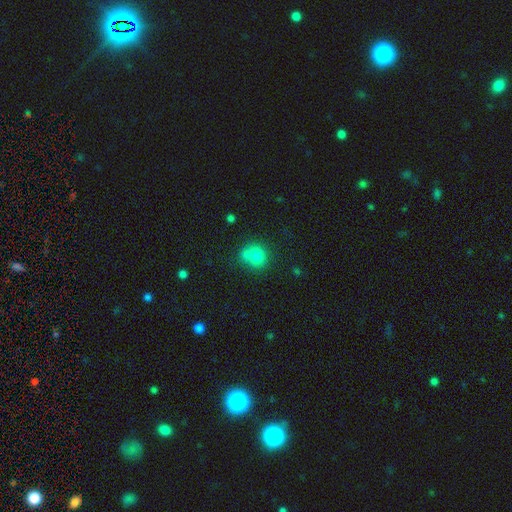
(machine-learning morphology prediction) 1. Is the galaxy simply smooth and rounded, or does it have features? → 78% smooth, 11% star or artifact, 11% featured or disk.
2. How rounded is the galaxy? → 73% round, 26% in between, 1% cigar-shaped.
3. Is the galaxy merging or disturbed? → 45% none, 39% merger, 12% minor disturbance, 5% major disturbance.